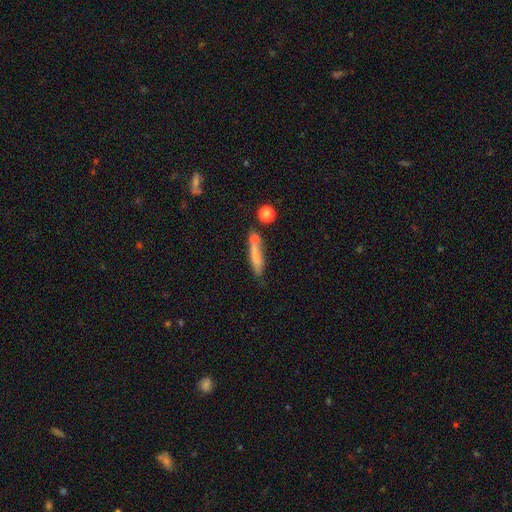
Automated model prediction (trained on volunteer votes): A smooth galaxy with no disk features (68%) that is cigar-shaped (78%).

Vote fractions:
- Smooth or featured? smooth: 68% / featured or disk: 22% / star or artifact: 10%
- How rounded? cigar-shaped: 78% / in between: 18% / round: 4%
- Merging? none: 57% / minor disturbance: 18% / merger: 18% / major disturbance: 7%